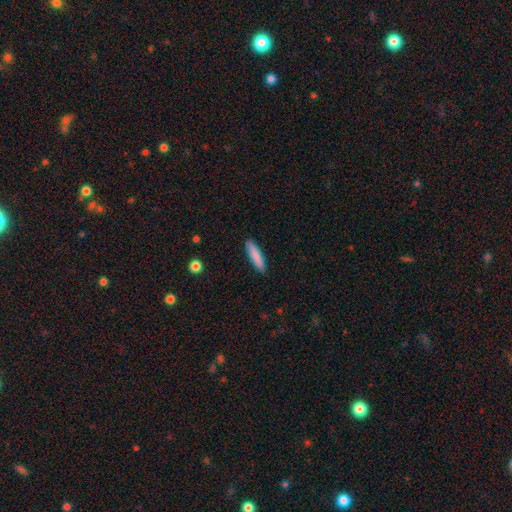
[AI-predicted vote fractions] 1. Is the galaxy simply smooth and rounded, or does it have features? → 84% smooth, 10% featured or disk, 6% star or artifact.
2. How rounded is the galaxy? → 83% cigar-shaped, 15% in between, 1% round.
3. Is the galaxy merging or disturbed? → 89% none, 8% minor disturbance, 2% major disturbance, 1% merger.